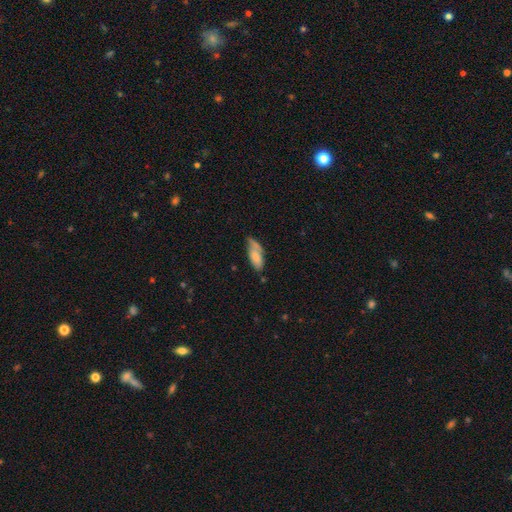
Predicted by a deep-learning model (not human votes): Smooth or featured?
  - smooth: 72% *
  - featured or disk: 21%
  - star or artifact: 7%
How rounded?
  - in between: 75% *
  - cigar-shaped: 23%
  - round: 2%
Merging?
  - none: 41% *
  - minor disturbance: 32%
  - major disturbance: 14%
  - merger: 12%